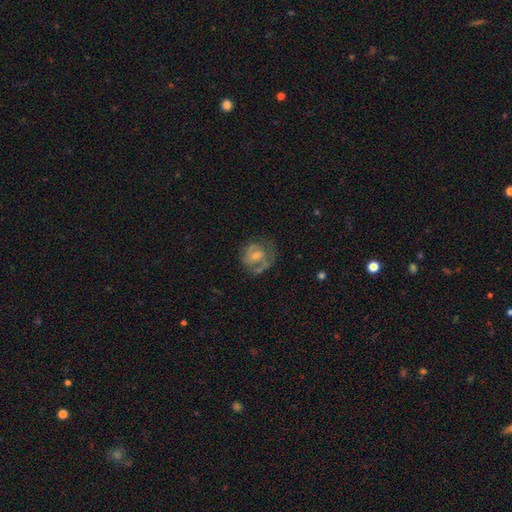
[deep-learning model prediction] The model was most divided on "bar": no: 46%, weak: 42%, strong: 11%. Remaining: edge-on disk — no (97%); spiral arms — yes (70%); merging — none (62%); smooth or featured — featured or disk (62%); bulge size — small (44%).